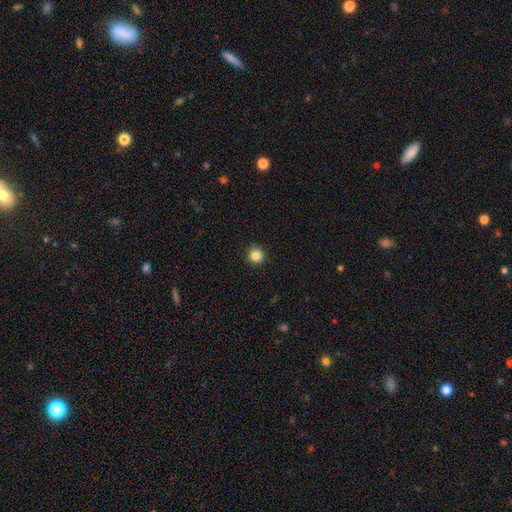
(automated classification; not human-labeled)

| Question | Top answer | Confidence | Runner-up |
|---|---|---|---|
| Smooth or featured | smooth | 85% | star or artifact (11%) |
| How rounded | round | 95% | in between (4%) |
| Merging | none | 91% | minor disturbance (6%) |